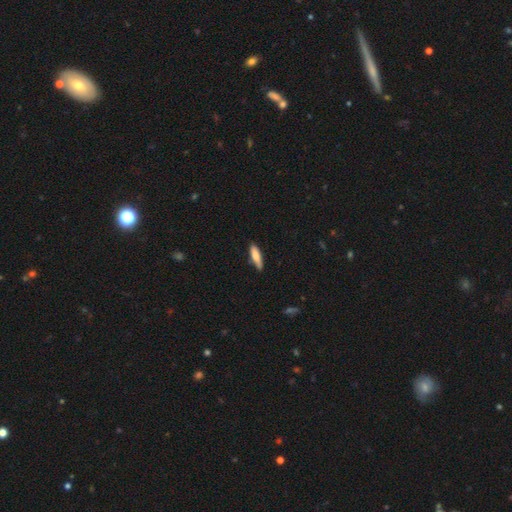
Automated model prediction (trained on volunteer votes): Morphology: type=smooth (72%); roundness=cigar-shaped (72%); merging=none (81%).